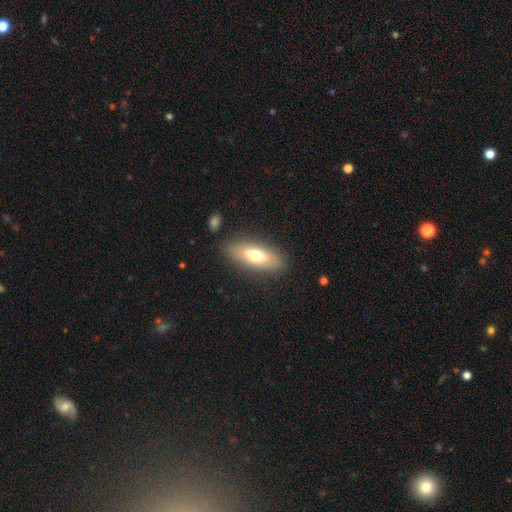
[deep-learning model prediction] Smooth or featured? Predicted: smooth (p=0.63). How rounded? Predicted: in between (p=0.63). Merging? Predicted: none (p=0.84).